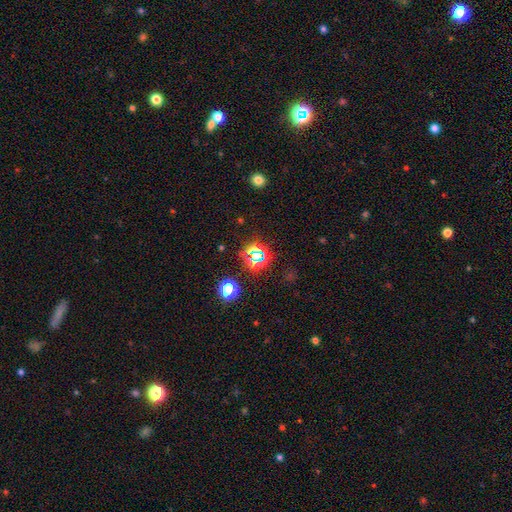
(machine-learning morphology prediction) smooth_or_featured: star or artifact (p=0.70) [alt: smooth p=0.22]